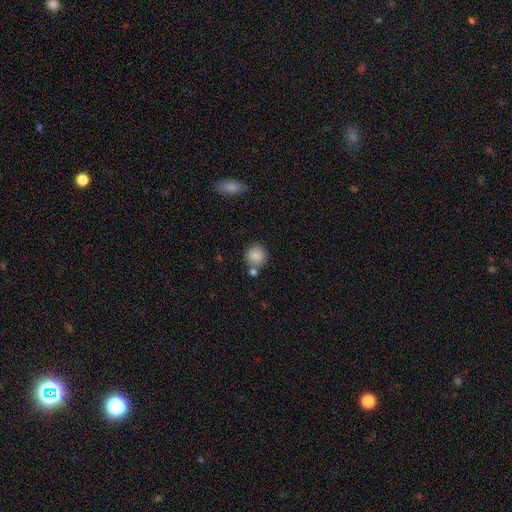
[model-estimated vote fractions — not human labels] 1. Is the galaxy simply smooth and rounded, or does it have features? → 86% smooth, 8% star or artifact, 6% featured or disk.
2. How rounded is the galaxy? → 87% round, 12% in between, 1% cigar-shaped.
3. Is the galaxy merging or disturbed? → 70% none, 15% merger, 12% minor disturbance, 3% major disturbance.